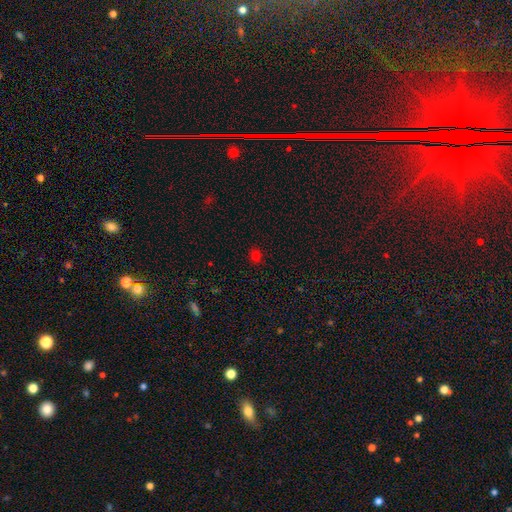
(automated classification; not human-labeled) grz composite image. It shows a smooth galaxy with no disk features (73%) that is round (63%). Merging: none (86%).